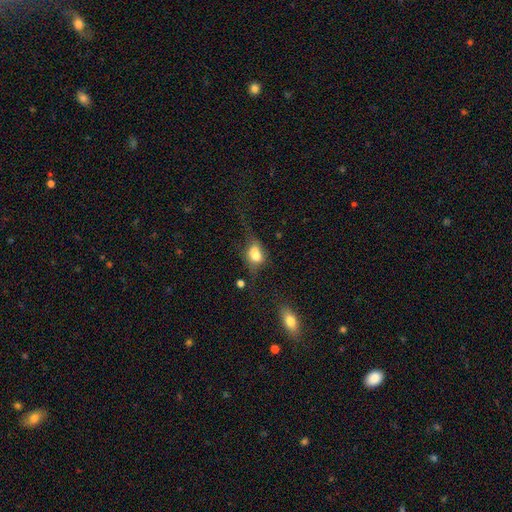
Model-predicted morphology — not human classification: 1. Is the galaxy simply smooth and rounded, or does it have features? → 66% smooth, 23% featured or disk, 10% star or artifact.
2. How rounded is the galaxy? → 69% in between, 27% round, 4% cigar-shaped.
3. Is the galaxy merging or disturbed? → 37% none, 31% major disturbance, 25% minor disturbance, 7% merger.